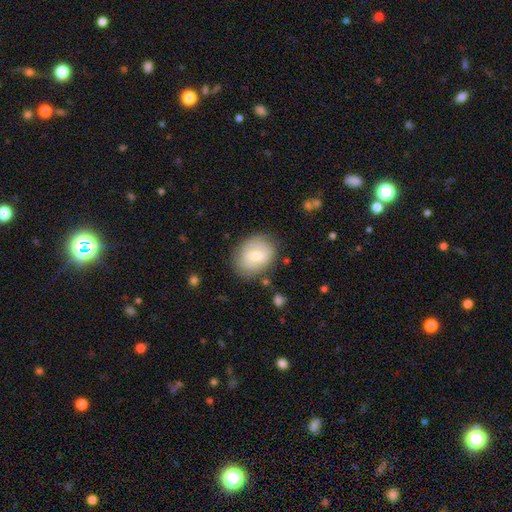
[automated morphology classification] A smooth galaxy with no disk features (54%) that is in between round and cigar-shaped (59%). Merging: none (76%).